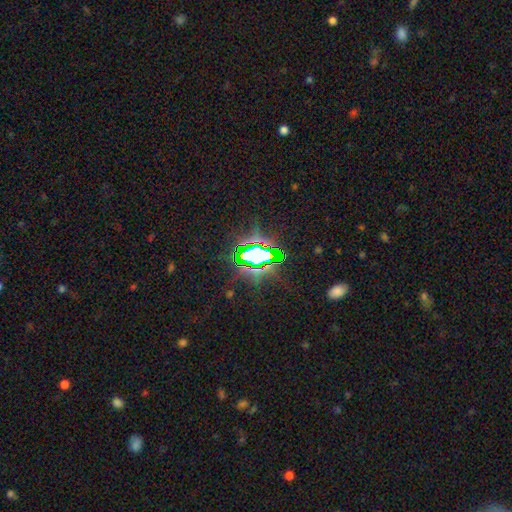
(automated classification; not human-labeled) Smooth or featured? Predicted: star or artifact (p=0.73).